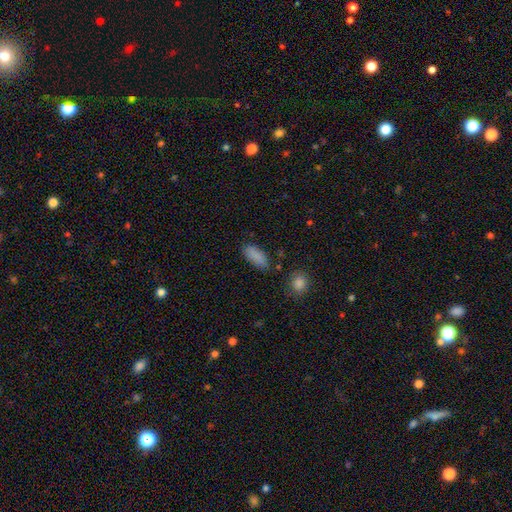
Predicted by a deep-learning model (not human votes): Overall: smooth (86%). How rounded: in between (81%). Merging: none (74%).